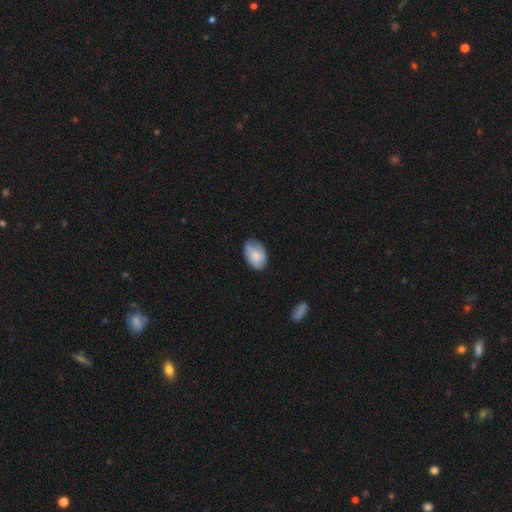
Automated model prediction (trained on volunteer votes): The model was most divided on "merging": none: 60%, minor disturbance: 32%, major disturbance: 7%, merger: 1%. More confident: how rounded — in between (84%); smooth or featured — smooth (75%).